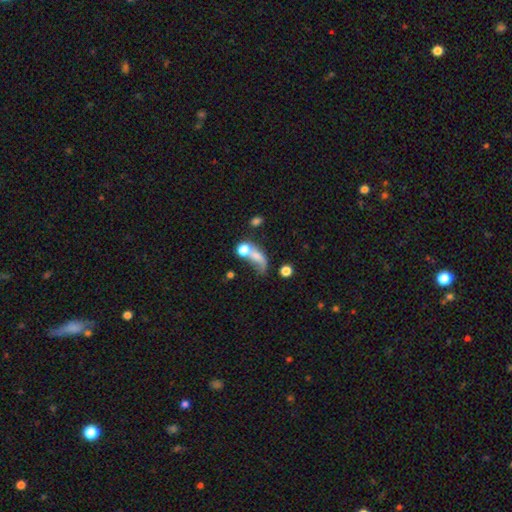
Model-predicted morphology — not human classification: type=smooth (58%); roundness=in between (58%); merging=merger (42%).